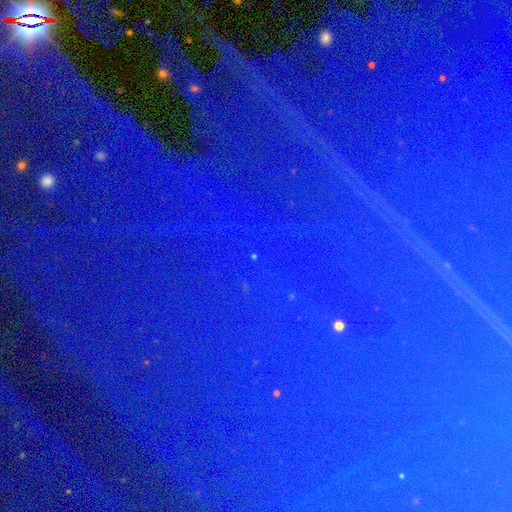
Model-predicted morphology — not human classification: A star or artifact, not a galaxy (87%).